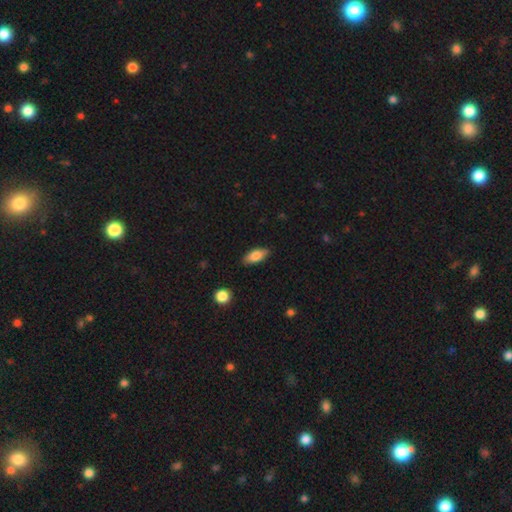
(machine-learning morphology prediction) Smooth or featured? smooth (78%)
How rounded? in between (84%)
Merging? none (85%)